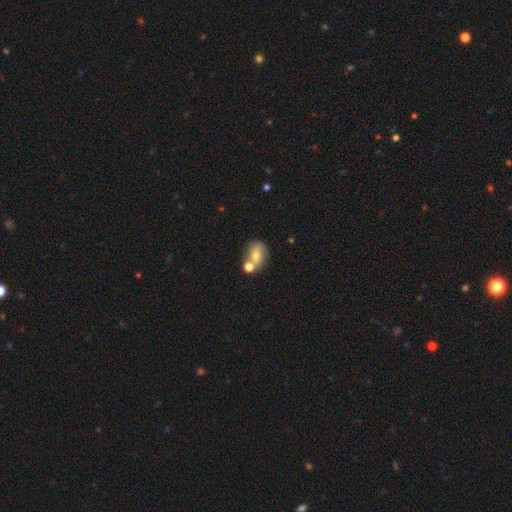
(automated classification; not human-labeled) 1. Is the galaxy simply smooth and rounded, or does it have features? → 66% smooth, 23% featured or disk, 11% star or artifact.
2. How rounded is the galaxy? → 62% in between, 36% round, 2% cigar-shaped.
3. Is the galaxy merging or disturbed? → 47% none, 34% merger, 14% minor disturbance, 5% major disturbance.